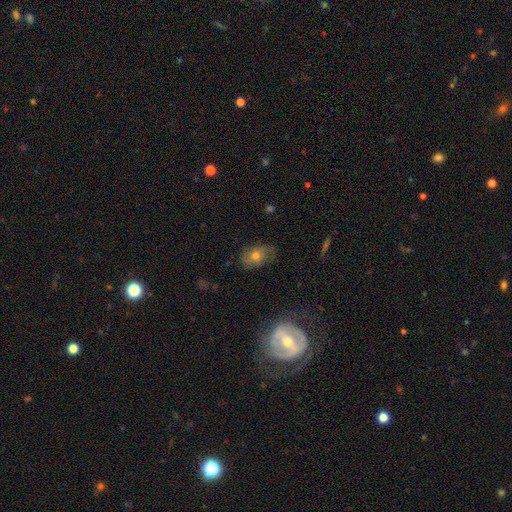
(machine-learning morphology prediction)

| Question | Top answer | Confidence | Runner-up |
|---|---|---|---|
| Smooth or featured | smooth | 53% | featured or disk (34%) |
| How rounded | in between | 74% | round (25%) |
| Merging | none | 66% | minor disturbance (22%) |